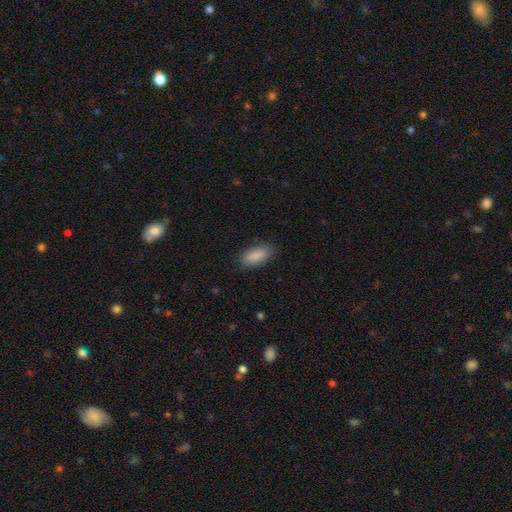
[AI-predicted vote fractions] Smooth or featured: smooth — 89% (star or artifact — 6%)
How rounded: in between — 86% (cigar-shaped — 11%)
Merging: none — 85% (minor disturbance — 11%)